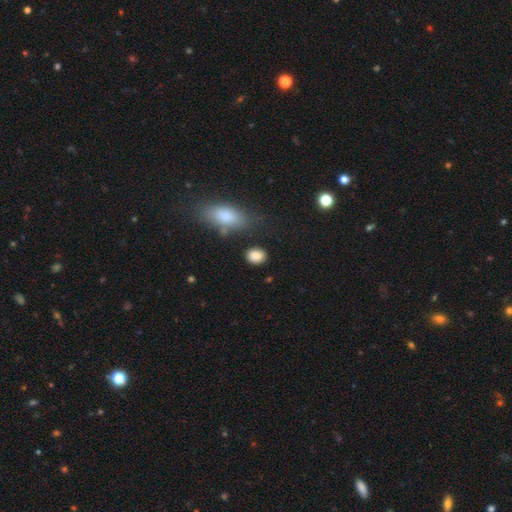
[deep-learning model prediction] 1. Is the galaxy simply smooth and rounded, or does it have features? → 87% smooth, 8% star or artifact, 5% featured or disk.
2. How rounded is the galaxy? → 52% in between, 46% round, 2% cigar-shaped.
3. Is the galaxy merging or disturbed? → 78% none, 13% minor disturbance, 5% merger, 4% major disturbance.